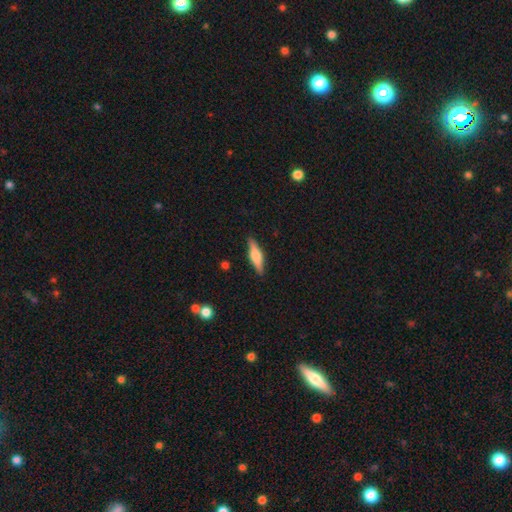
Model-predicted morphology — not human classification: featured or disk 50%, smooth 44%, star or artifact 6%. Down the decision tree: merging — none (88%).